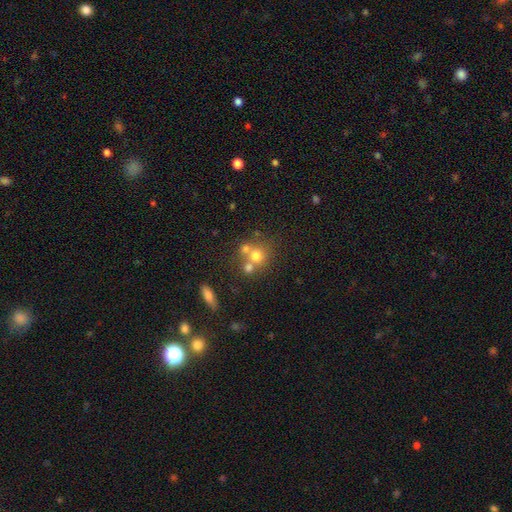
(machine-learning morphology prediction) Smooth or featured?
  - smooth: 66% *
  - featured or disk: 19%
  - star or artifact: 15%
How rounded?
  - round: 85% *
  - in between: 14%
  - cigar-shaped: 1%
Merging?
  - merger: 45% *
  - none: 44%
  - minor disturbance: 8%
  - major disturbance: 4%